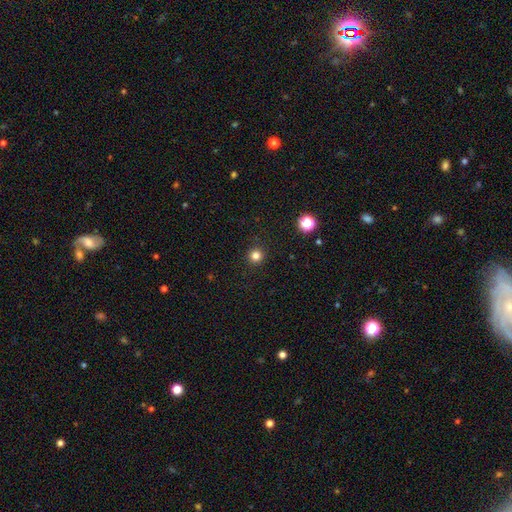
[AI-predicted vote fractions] Smooth or featured? Predicted: smooth (p=0.81). How rounded? Predicted: round (p=0.95). Merging? Predicted: none (p=0.92).